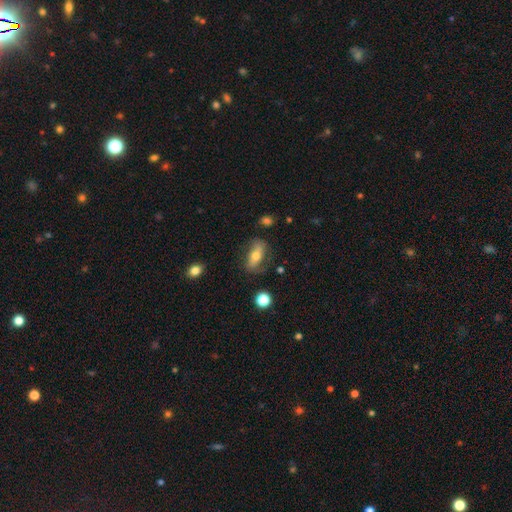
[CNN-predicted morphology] Overall: smooth (49%; featured or disk 42%). Merging: none (67%).